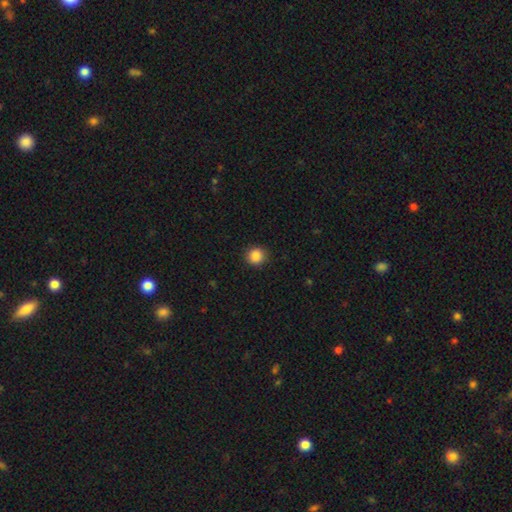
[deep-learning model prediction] Smooth or featured?
  - smooth: 87% *
  - star or artifact: 10%
  - featured or disk: 4%
How rounded?
  - round: 90% *
  - in between: 9%
  - cigar-shaped: 1%
Merging?
  - none: 90% *
  - minor disturbance: 7%
  - major disturbance: 2%
  - merger: 1%